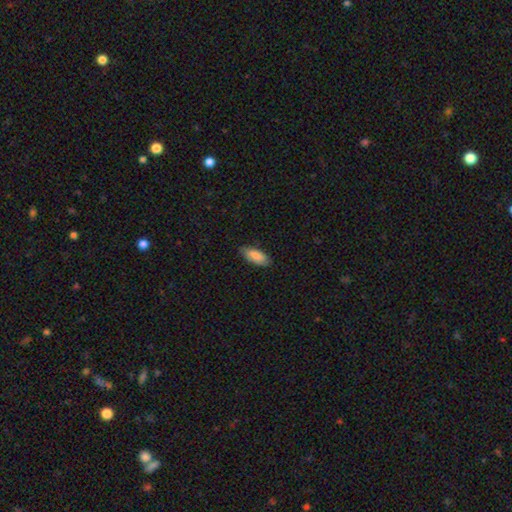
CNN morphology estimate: smooth-or-featured: smooth: 87% | featured or disk: 7% | star or artifact: 6%
  how-rounded: in between: 79% | cigar-shaped: 19% | round: 2%
  merging: none: 81% | minor disturbance: 15% | major disturbance: 3% | merger: 1%